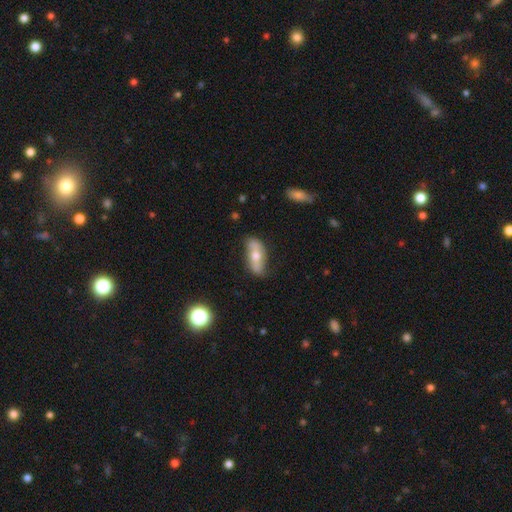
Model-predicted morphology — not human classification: Overall: featured or disk (52%; smooth 40%). Edge-on disk: no (68%; yes 32%). Merging: none (73%).